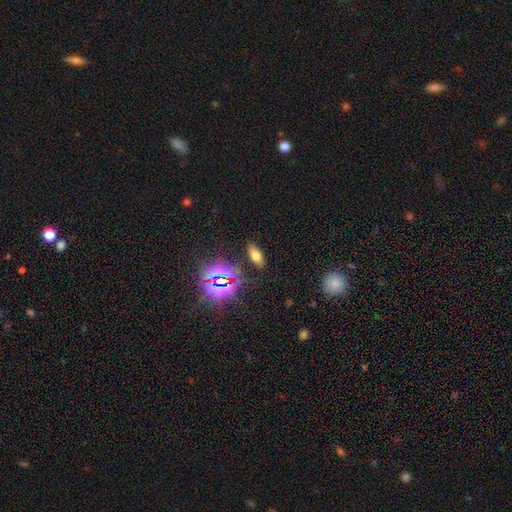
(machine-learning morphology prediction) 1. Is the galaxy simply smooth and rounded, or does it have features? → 60% smooth, 27% star or artifact, 13% featured or disk.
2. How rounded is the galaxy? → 83% in between, 12% cigar-shaped, 5% round.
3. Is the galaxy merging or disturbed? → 85% none, 10% minor disturbance, 3% major disturbance, 2% merger.